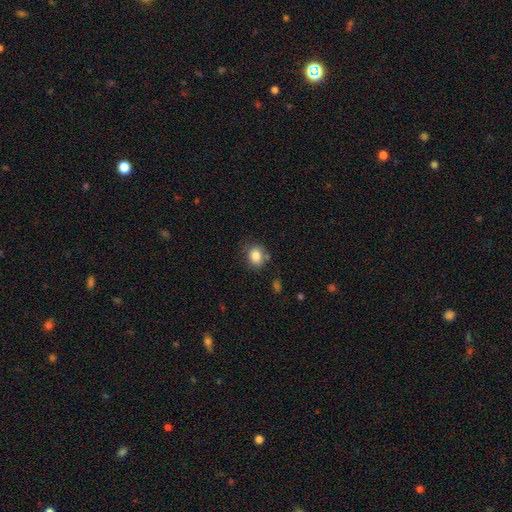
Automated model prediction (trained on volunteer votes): Q: Smooth or featured?
A: smooth (84%); runner-up: star or artifact (9%)
Q: How rounded?
A: round (62%); runner-up: in between (37%)
Q: Merging?
A: none (71%); runner-up: minor disturbance (18%)